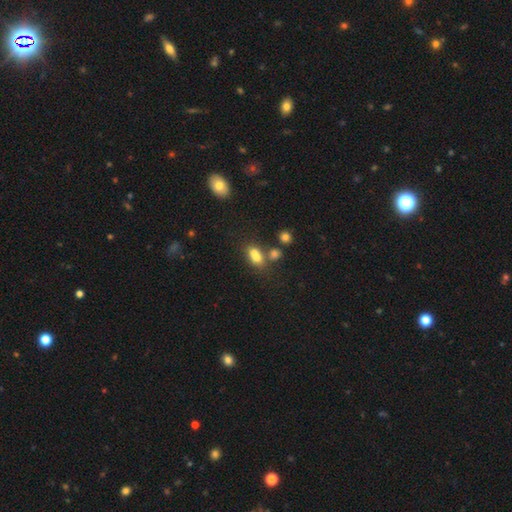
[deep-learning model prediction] Morphology: type=smooth (73%); roundness=in between (76%); merging=merger (43%).